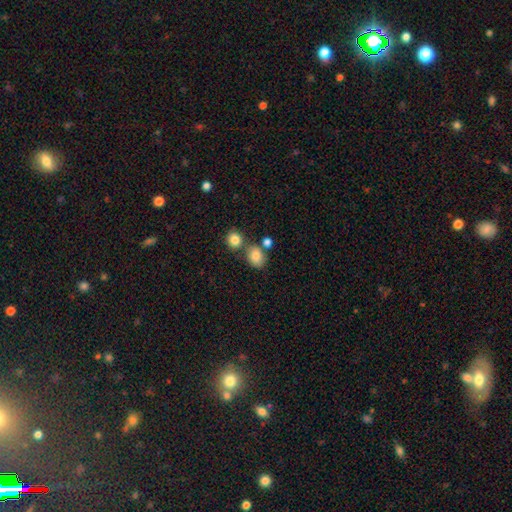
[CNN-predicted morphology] The model was most divided on "how rounded": in between: 52%, round: 47%, cigar-shaped: 1%. More confident: smooth or featured — smooth (81%); merging — none (62%).